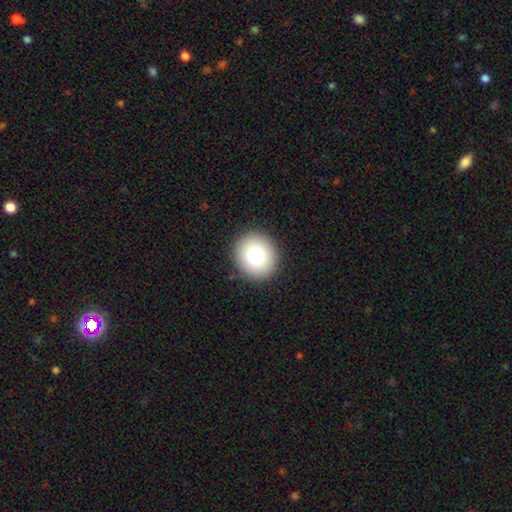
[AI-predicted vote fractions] smooth_or_featured: smooth (p=0.83) [alt: star or artifact p=0.09]
how_rounded: round (p=0.84) [alt: in between p=0.15]
merging: none (p=0.91) [alt: minor disturbance p=0.06]